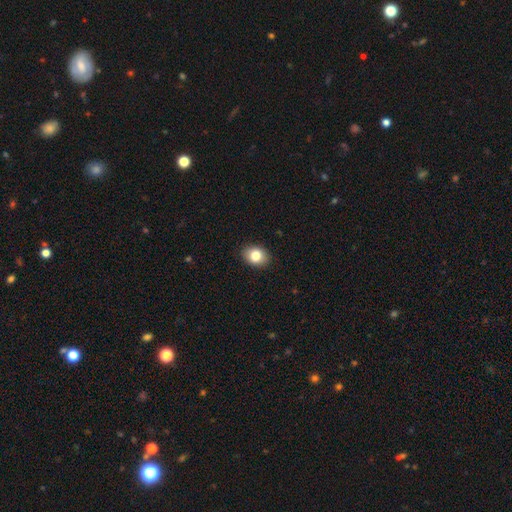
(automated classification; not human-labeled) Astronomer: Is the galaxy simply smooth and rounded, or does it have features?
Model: smooth — 82%.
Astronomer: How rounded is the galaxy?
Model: in between — 62% (runner-up: round, 37%).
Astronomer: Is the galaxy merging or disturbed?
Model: none — 90%.